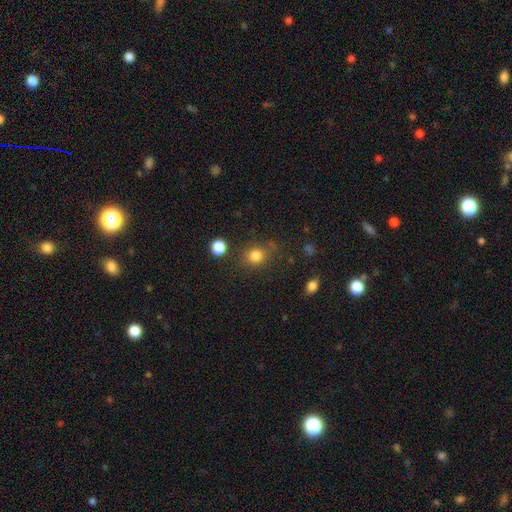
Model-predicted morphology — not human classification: smooth_or_featured: smooth (p=0.82) [alt: star or artifact p=0.13]
how_rounded: round (p=0.78) [alt: in between p=0.21]
merging: none (p=0.78) [alt: minor disturbance p=0.13]